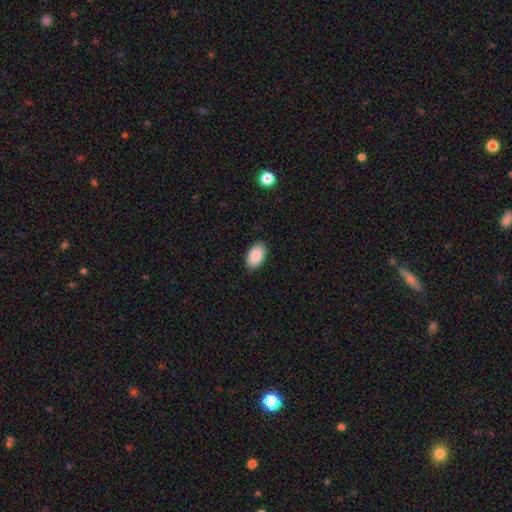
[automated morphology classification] Smooth or featured: smooth — 89% (star or artifact — 6%)
How rounded: in between — 94% (round — 4%)
Merging: none — 88% (minor disturbance — 9%)